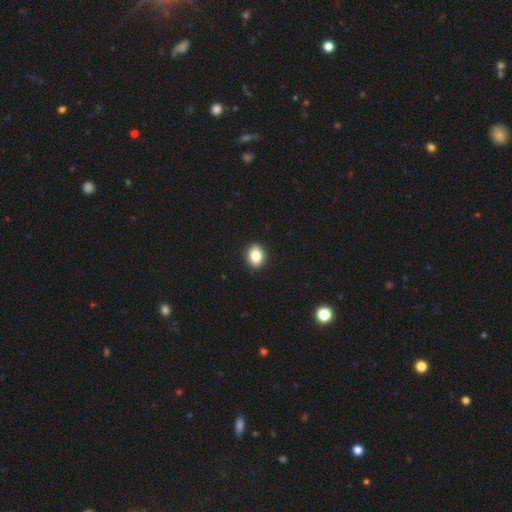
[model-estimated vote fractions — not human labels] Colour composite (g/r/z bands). It shows a smooth galaxy with no disk features (83%) that is in between round and cigar-shaped (58%). Merging: none (92%).